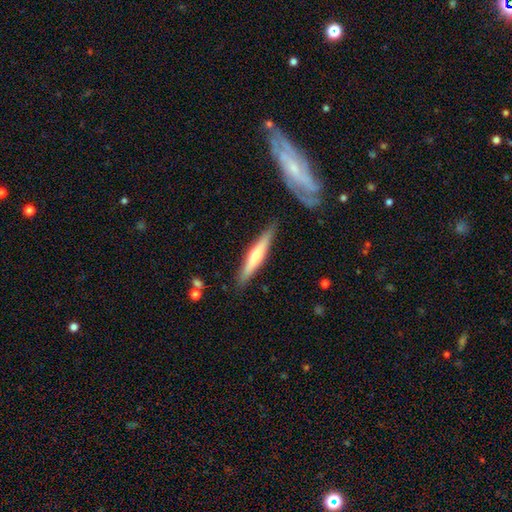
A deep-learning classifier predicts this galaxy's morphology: smooth_or_featured: featured or disk (p=0.54) [alt: smooth p=0.41]
disk_edge_on: yes (p=0.93) [alt: no p=0.07]
edge_on_bulge: rounded (p=0.77) [alt: none p=0.16]
merging: none (p=0.85) [alt: minor disturbance p=0.09]